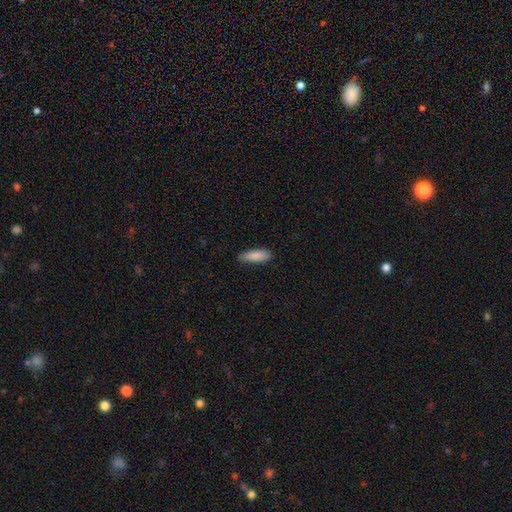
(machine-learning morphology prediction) Smooth or featured: smooth — 87% (featured or disk — 7%)
How rounded: in between — 56% (cigar-shaped — 42%)
Merging: none — 81% (minor disturbance — 16%)